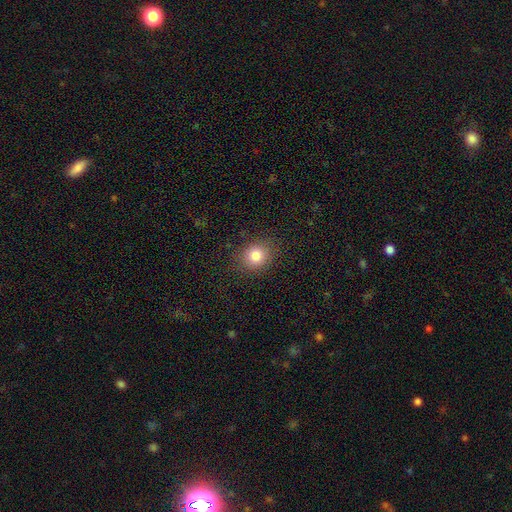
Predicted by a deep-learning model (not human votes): Smooth or featured: smooth — 83% (star or artifact — 11%)
How rounded: round — 69% (in between — 30%)
Merging: none — 85% (minor disturbance — 10%)